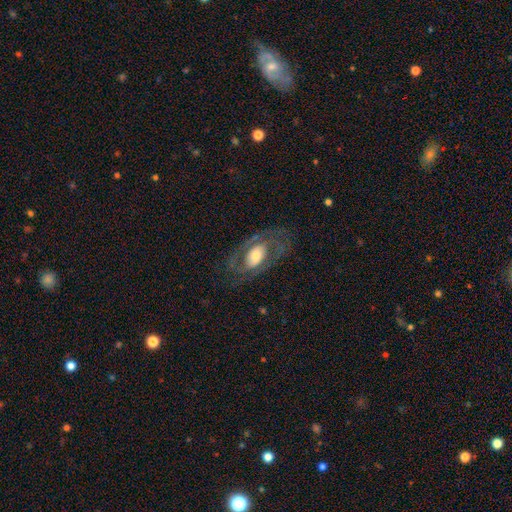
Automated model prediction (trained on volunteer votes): This is likely a featured or disk galaxy (71%). It is clearly not viewed edge-on (93%). Bar: likely no (61%). Spiral arm pattern: likely yes (74%). Central bulge: possibly moderate (54%). Merging: likely none (70%).